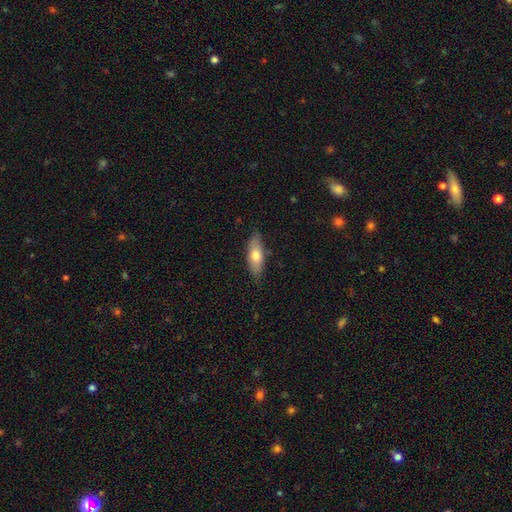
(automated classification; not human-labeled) smooth-or-featured: smooth: 68% | featured or disk: 26% | star or artifact: 6%
  how-rounded: in between: 67% | cigar-shaped: 30% | round: 3%
  merging: none: 81% | minor disturbance: 15% | major disturbance: 3% | merger: 1%